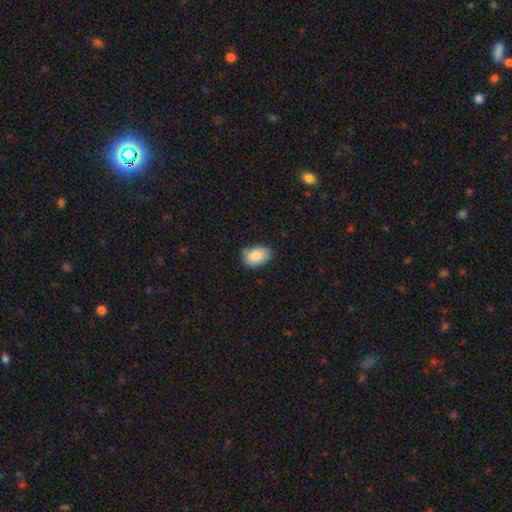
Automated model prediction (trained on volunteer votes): Smooth or featured?
  - smooth: 85% *
  - featured or disk: 8%
  - star or artifact: 7%
How rounded?
  - in between: 88% *
  - round: 11%
  - cigar-shaped: 1%
Merging?
  - none: 70% *
  - minor disturbance: 24%
  - major disturbance: 4%
  - merger: 2%